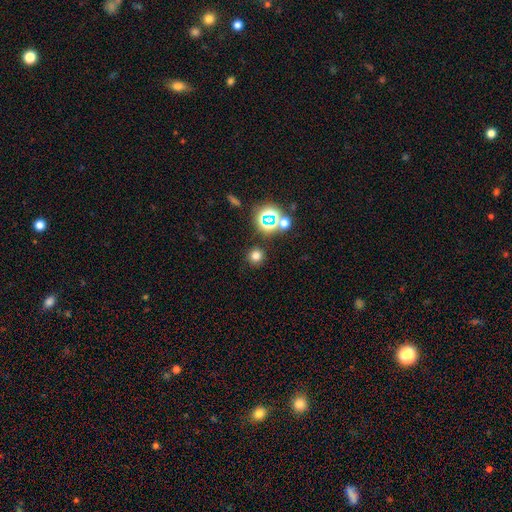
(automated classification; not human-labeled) The model was most divided on "smooth or featured": smooth: 70%, star or artifact: 23%, featured or disk: 7%. More confident: how rounded — round (93%); merging — none (87%).